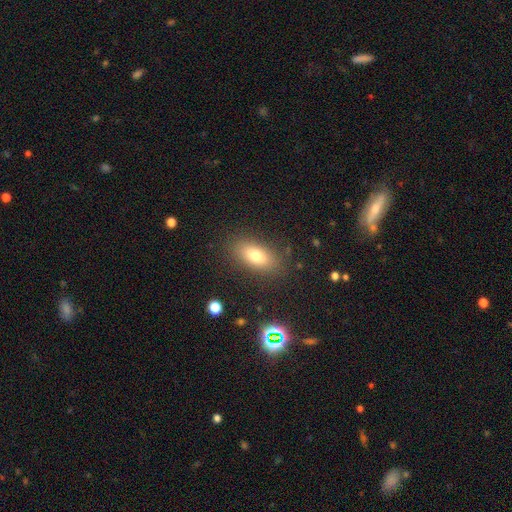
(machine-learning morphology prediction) A smooth galaxy with no disk features (76%) that is in between round and cigar-shaped (85%).

Vote fractions:
- Smooth or featured? smooth: 76% / featured or disk: 14% / star or artifact: 10%
- How rounded? in between: 85% / cigar-shaped: 10% / round: 5%
- Merging? none: 84% / minor disturbance: 10% / major disturbance: 4% / merger: 2%